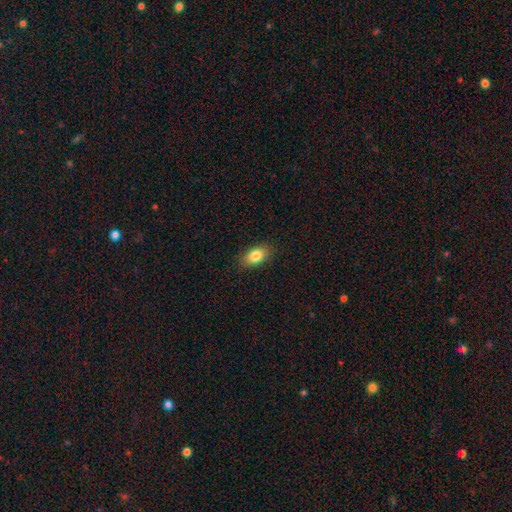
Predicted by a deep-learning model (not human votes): A smooth galaxy with no disk features (83%) that is in between round and cigar-shaped (88%).

Vote fractions:
- Smooth or featured? smooth: 83% / featured or disk: 9% / star or artifact: 8%
- How rounded? in between: 88% / round: 9% / cigar-shaped: 3%
- Merging? none: 86% / minor disturbance: 10% / major disturbance: 2% / merger: 1%